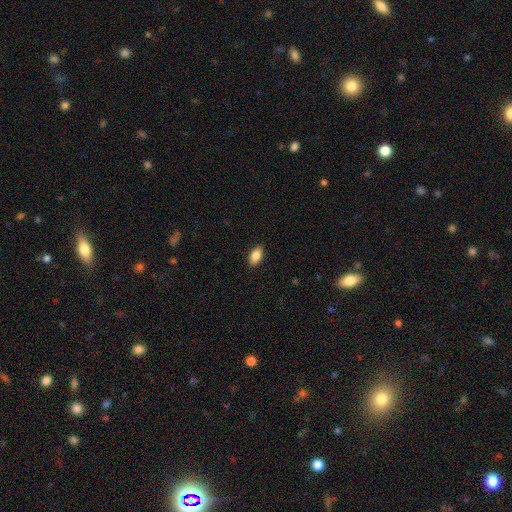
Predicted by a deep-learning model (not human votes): The model was most divided on "smooth or featured": smooth: 85%, featured or disk: 8%, star or artifact: 7%. More confident: how rounded — in between (91%); merging — none (89%).